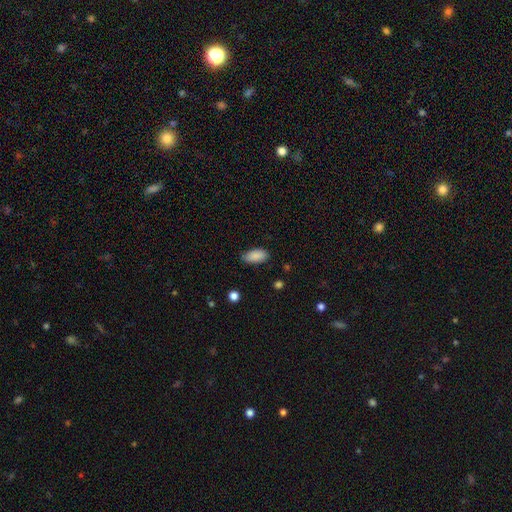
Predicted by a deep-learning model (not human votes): smooth-or-featured: smooth: 89% | star or artifact: 7% | featured or disk: 4%
  how-rounded: in between: 92% | cigar-shaped: 5% | round: 2%
  merging: none: 82% | minor disturbance: 14% | major disturbance: 3% | merger: 1%